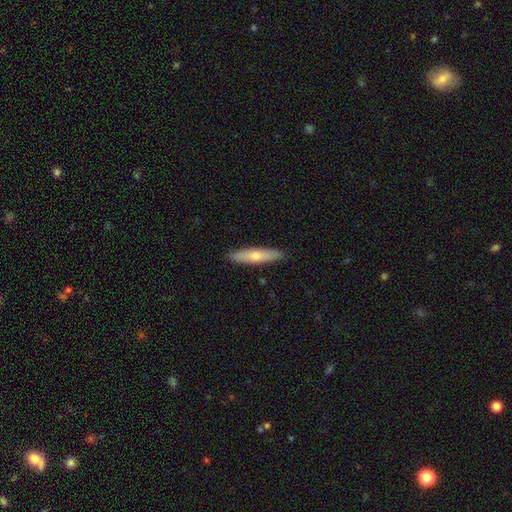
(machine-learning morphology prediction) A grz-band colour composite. It shows a smooth galaxy with no disk features (52%) that is cigar-shaped (83%). Merging: none (90%).